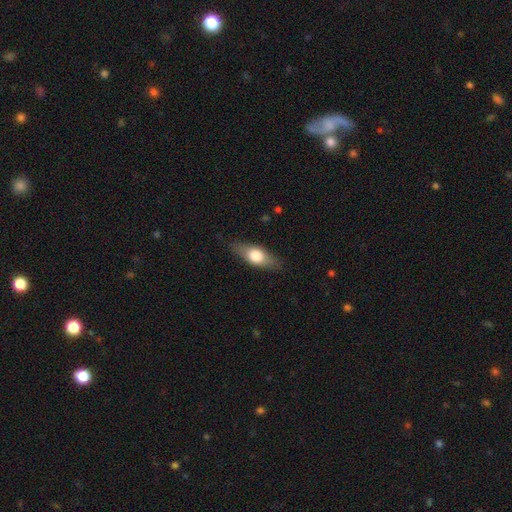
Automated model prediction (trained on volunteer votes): The model was most divided on "smooth or featured": smooth: 61%, featured or disk: 32%, star or artifact: 6%. More confident: merging — none (82%); how rounded — in between (71%).